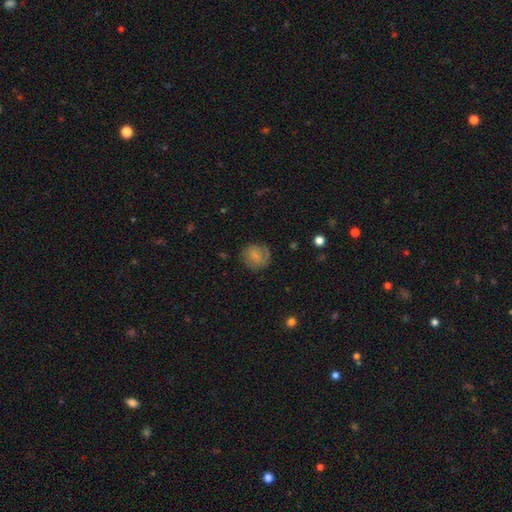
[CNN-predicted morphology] smooth_or_featured: smooth (p=0.70) [alt: featured or disk p=0.22]
how_rounded: round (p=0.80) [alt: in between p=0.19]
merging: none (p=0.72) [alt: minor disturbance p=0.19]